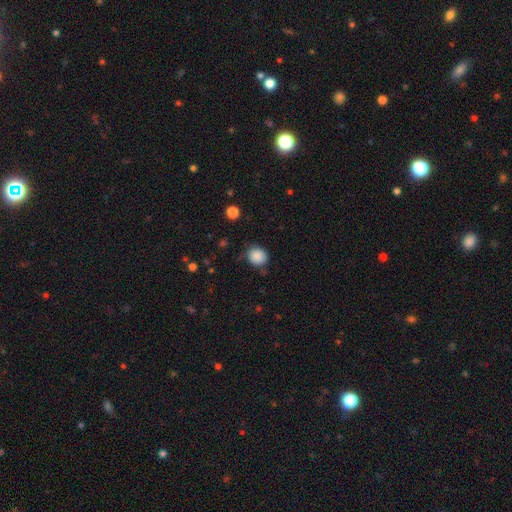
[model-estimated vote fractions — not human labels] A smooth galaxy with no disk features (87%) that is round (73%).

Vote fractions:
- Smooth or featured? smooth: 87% / star or artifact: 9% / featured or disk: 4%
- How rounded? round: 73% / in between: 26% / cigar-shaped: 1%
- Merging? none: 74% / minor disturbance: 20% / major disturbance: 4% / merger: 2%